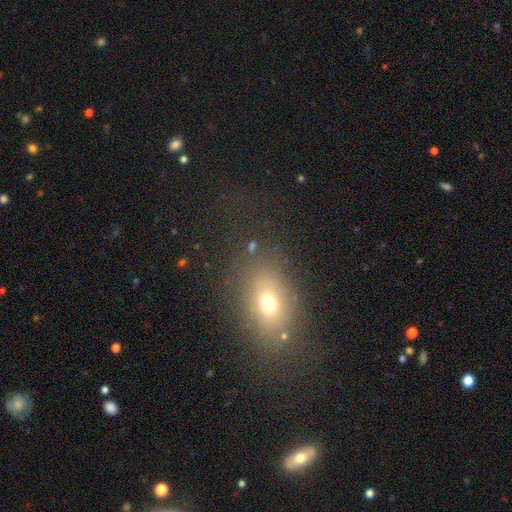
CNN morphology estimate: type=smooth (58%); roundness=in between (70%); merging=none (78%).